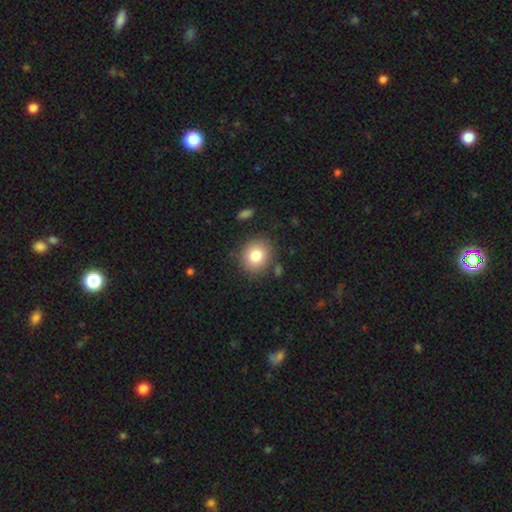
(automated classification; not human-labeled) smooth 79%, star or artifact 11%, featured or disk 10%. Down the decision tree: how rounded — round (81%); merging — none (85%).